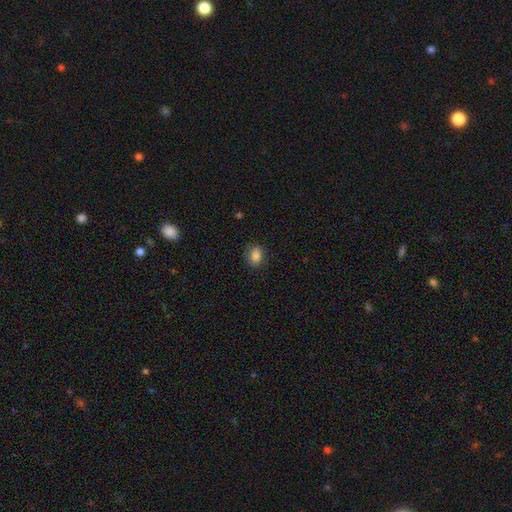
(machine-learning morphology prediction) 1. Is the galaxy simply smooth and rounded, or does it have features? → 79% smooth, 12% featured or disk, 9% star or artifact.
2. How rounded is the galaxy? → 71% in between, 27% round, 2% cigar-shaped.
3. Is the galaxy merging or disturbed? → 80% none, 15% minor disturbance, 4% major disturbance, 1% merger.